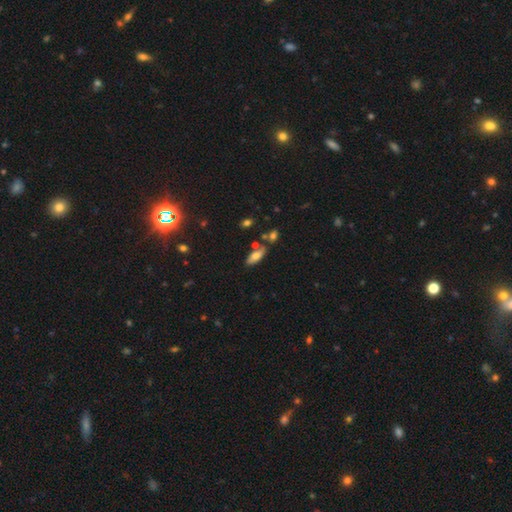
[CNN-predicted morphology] smooth 70%, featured or disk 22%, star or artifact 8%. Down the decision tree: how rounded — in between (73%); merging — none (68%).